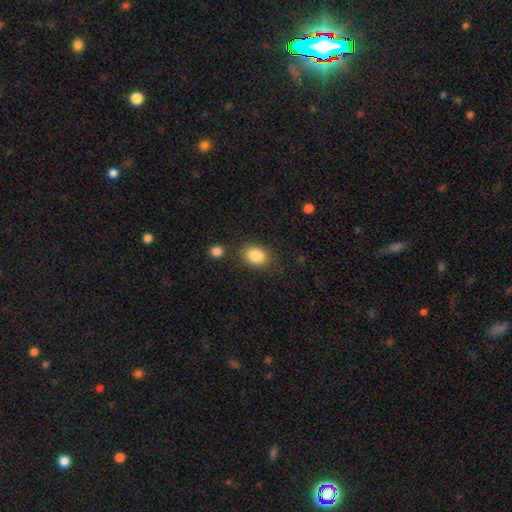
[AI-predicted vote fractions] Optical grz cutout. It shows a smooth galaxy with no disk features (85%) that is in between round and cigar-shaped (65%). Merging: none (78%).